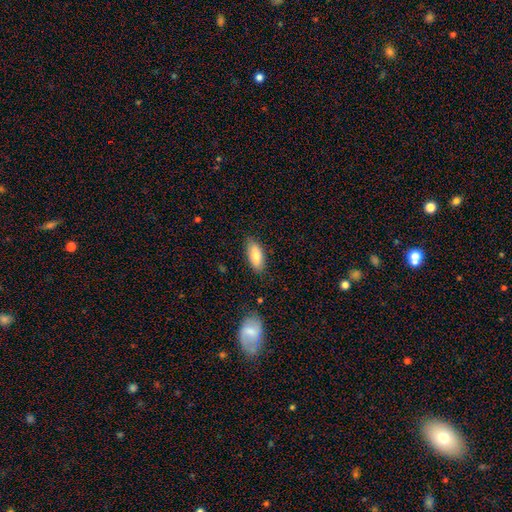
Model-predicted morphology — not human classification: This appears to be a smooth galaxy with no disk features (78%) that is in between round and cigar-shaped (79%). Merging: none (82%).